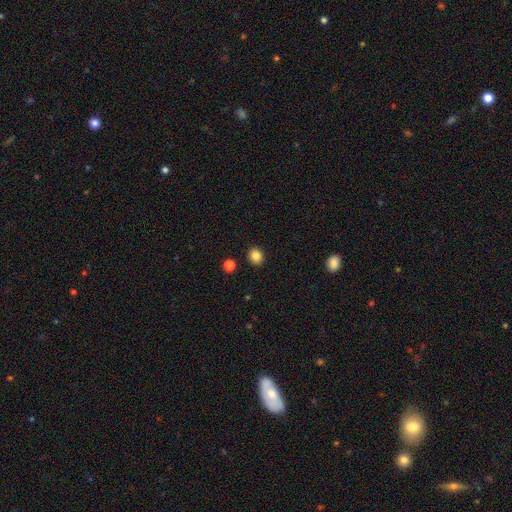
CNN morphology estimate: A smooth galaxy with no disk features (85%) that is round (76%). Merging: none (90%).